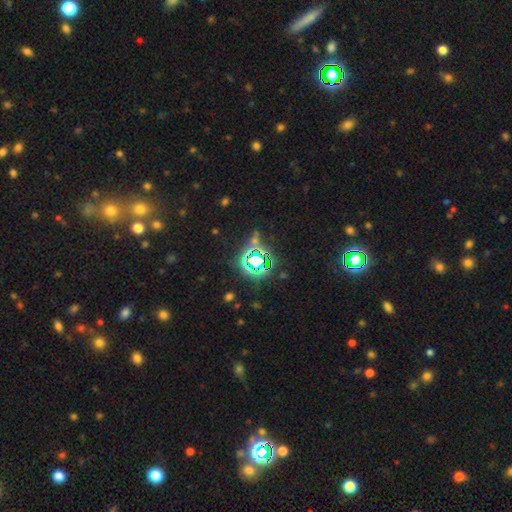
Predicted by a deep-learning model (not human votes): Smooth or featured: star or artifact — 73% (smooth — 17%)